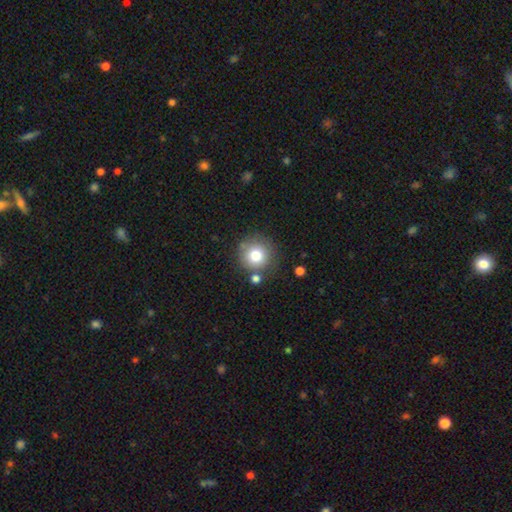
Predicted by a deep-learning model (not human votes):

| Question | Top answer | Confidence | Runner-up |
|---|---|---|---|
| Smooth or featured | smooth | 78% | featured or disk (11%) |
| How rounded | round | 95% | in between (4%) |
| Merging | none | 77% | minor disturbance (10%) |